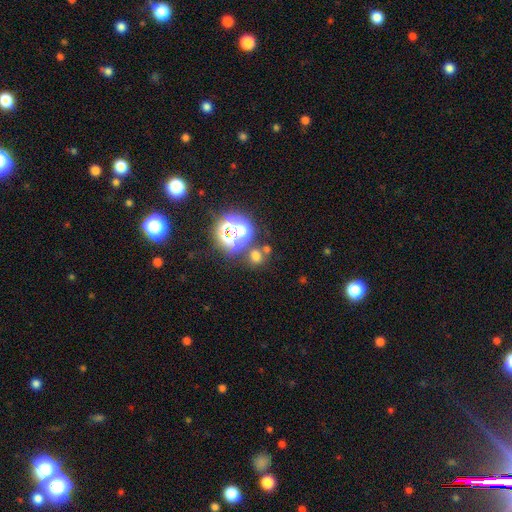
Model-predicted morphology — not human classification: This appears to be a smooth galaxy with no disk features (56%) that is round (76%). Merging: none (68%).